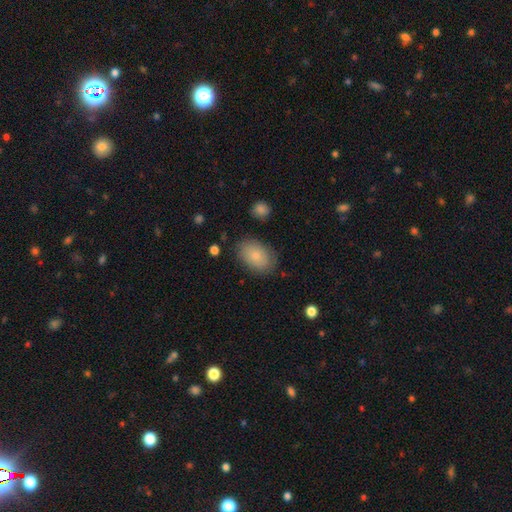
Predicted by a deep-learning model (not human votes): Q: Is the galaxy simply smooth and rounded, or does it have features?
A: smooth — 81%.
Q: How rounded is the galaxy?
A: in between — 89%.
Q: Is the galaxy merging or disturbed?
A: none — 79%.